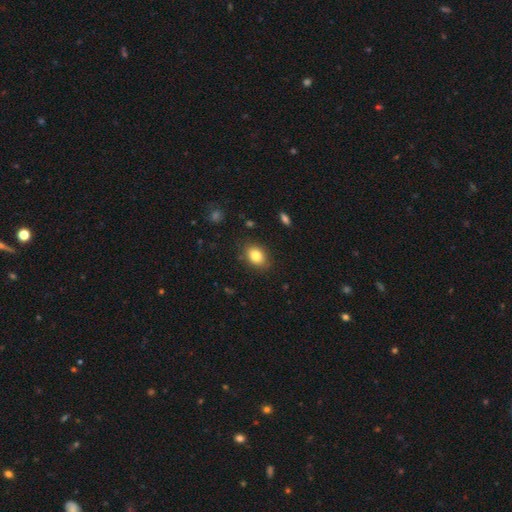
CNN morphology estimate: Smooth or featured?
  - smooth: 83% *
  - star or artifact: 9%
  - featured or disk: 8%
How rounded?
  - in between: 74% *
  - round: 25%
  - cigar-shaped: 1%
Merging?
  - none: 84% *
  - minor disturbance: 11%
  - major disturbance: 3%
  - merger: 1%